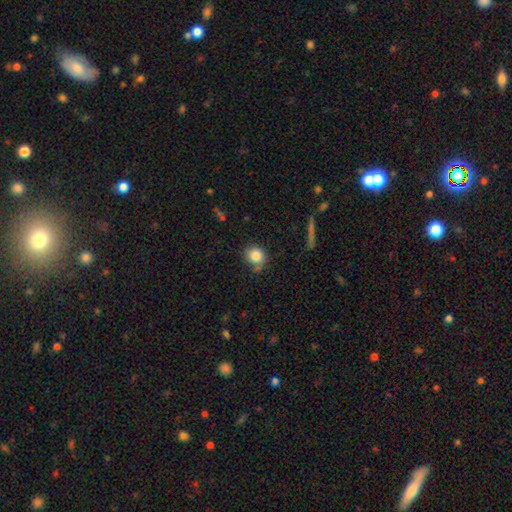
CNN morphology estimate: Q: Smooth or featured?
A: smooth (83%); runner-up: star or artifact (10%)
Q: How rounded?
A: round (82%); runner-up: in between (17%)
Q: Merging?
A: none (71%); runner-up: minor disturbance (18%)